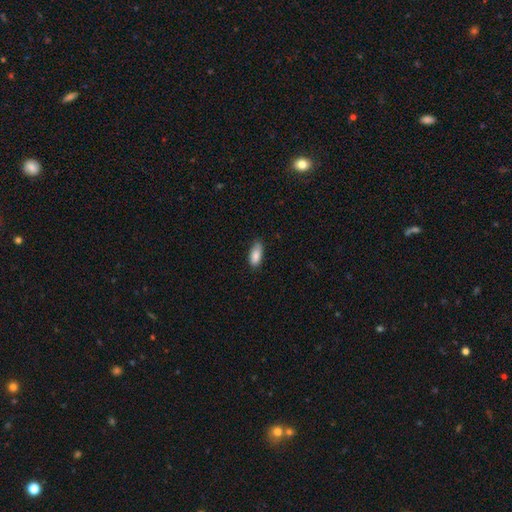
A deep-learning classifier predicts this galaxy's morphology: The model was most divided on "merging": none: 72%, minor disturbance: 23%, major disturbance: 4%, merger: 1%. More confident: smooth or featured — smooth (87%); how rounded — in between (86%).